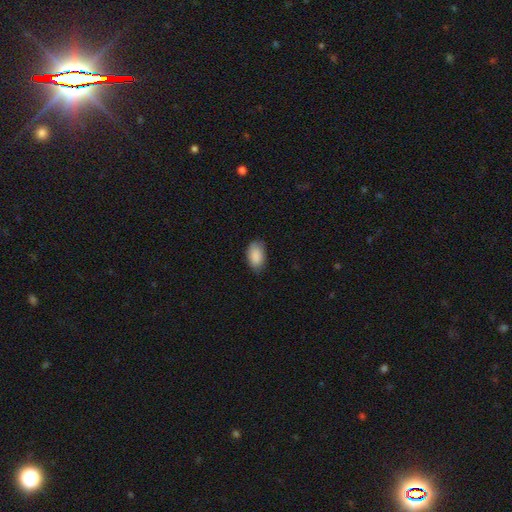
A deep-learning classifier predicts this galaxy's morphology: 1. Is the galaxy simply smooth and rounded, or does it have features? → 89% smooth, 6% star or artifact, 5% featured or disk.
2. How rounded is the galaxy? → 93% in between, 5% round, 2% cigar-shaped.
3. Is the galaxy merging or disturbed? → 74% none, 21% minor disturbance, 3% major disturbance, 1% merger.